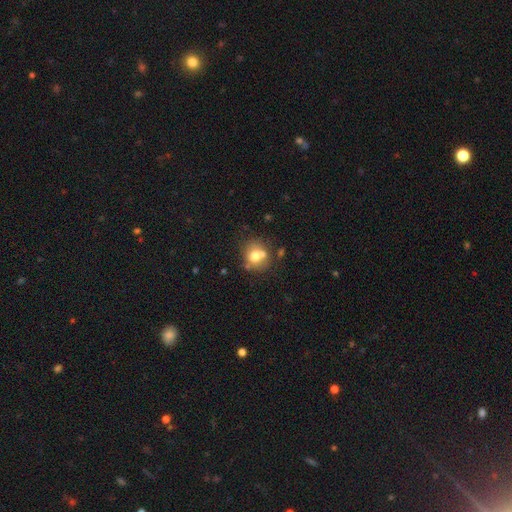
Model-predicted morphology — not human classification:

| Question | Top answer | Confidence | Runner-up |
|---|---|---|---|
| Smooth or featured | smooth | 68% | featured or disk (20%) |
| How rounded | round | 79% | in between (20%) |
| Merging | none | 55% | merger (27%) |